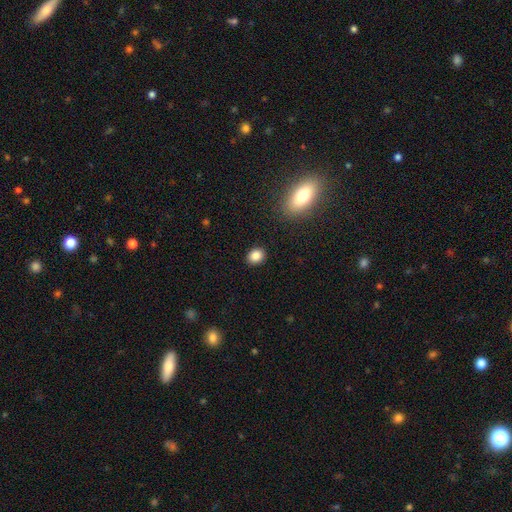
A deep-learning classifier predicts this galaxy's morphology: This is clearly a smooth galaxy (86%). How rounded: possibly round (56%). Merging: clearly none (90%).